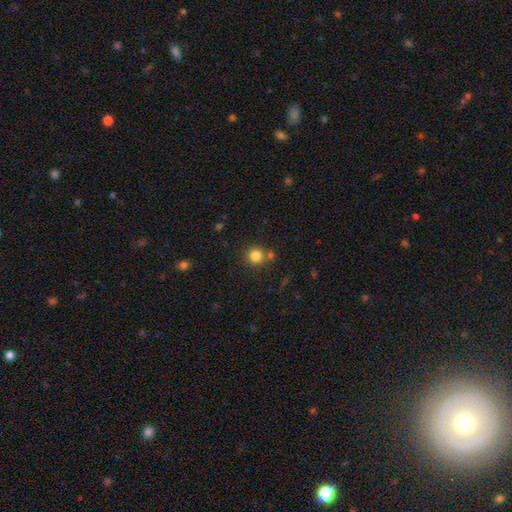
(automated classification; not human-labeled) Q: Smooth or featured?
A: smooth (82%); runner-up: star or artifact (13%)
Q: How rounded?
A: round (93%); runner-up: in between (6%)
Q: Merging?
A: none (76%); runner-up: merger (13%)